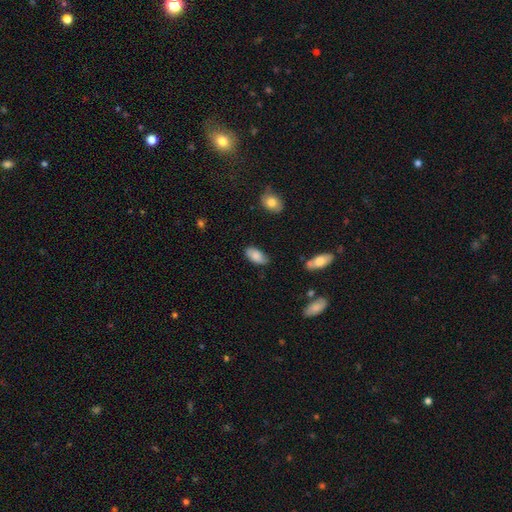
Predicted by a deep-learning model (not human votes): Smooth or featured?
  - smooth: 80% *
  - featured or disk: 13%
  - star or artifact: 7%
How rounded?
  - in between: 93% *
  - cigar-shaped: 4%
  - round: 3%
Merging?
  - none: 77% *
  - minor disturbance: 18%
  - major disturbance: 3%
  - merger: 2%